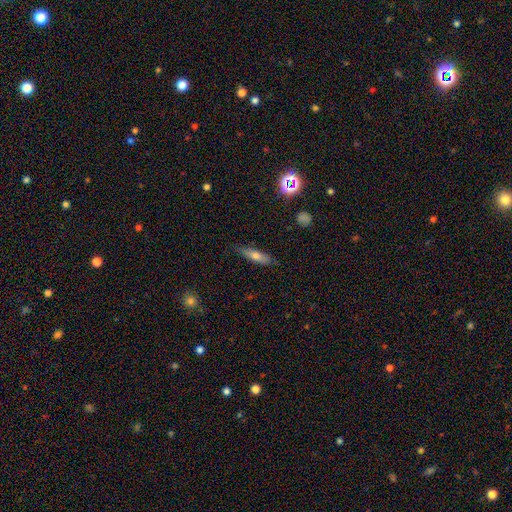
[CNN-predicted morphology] Smooth or featured? Predicted: smooth (p=0.65). How rounded? Predicted: cigar-shaped (p=0.65). Merging? Predicted: none (p=0.79).